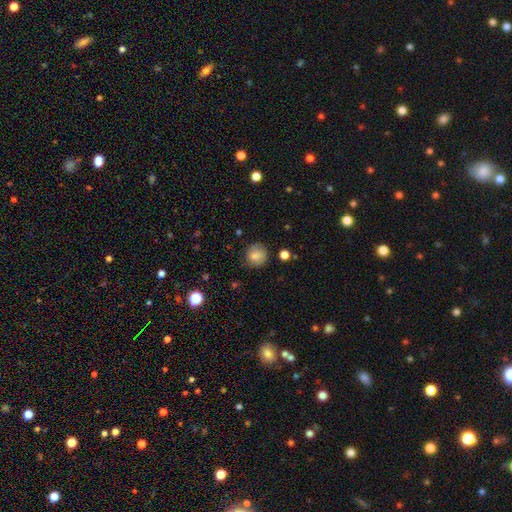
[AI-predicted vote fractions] A smooth galaxy with no disk features (79%) that is round (89%). Merging: none (80%).